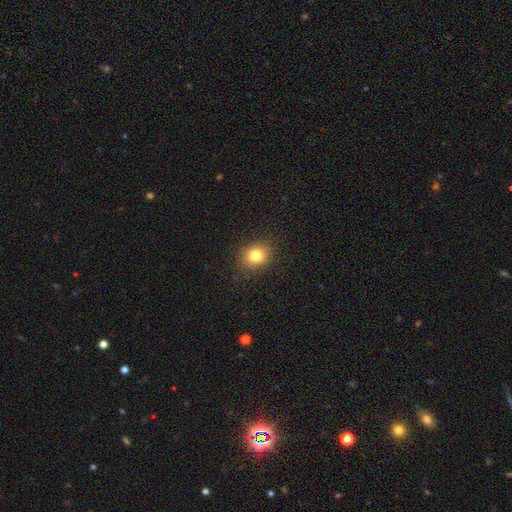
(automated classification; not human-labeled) Smooth or featured: smooth — 80% (star or artifact — 12%)
How rounded: round — 65% (in between — 34%)
Merging: none — 88% (minor disturbance — 8%)